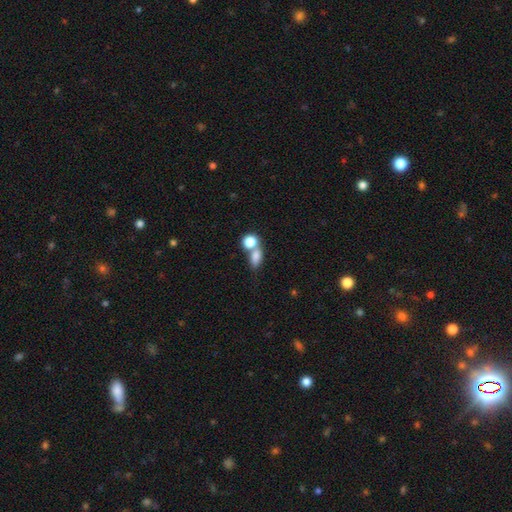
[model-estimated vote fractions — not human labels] This is likely a smooth galaxy (79%). How rounded: likely in between (67%). Merging: possibly merger (55%).